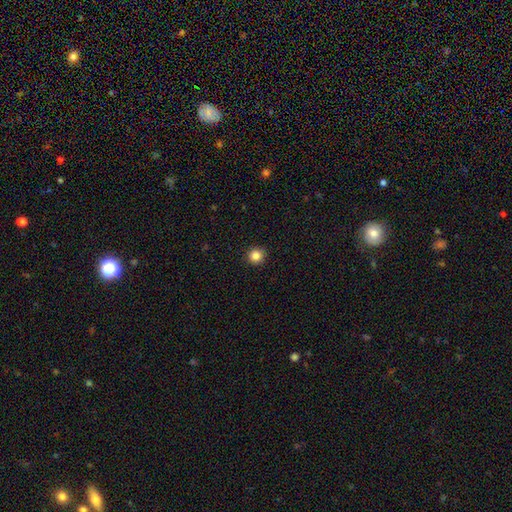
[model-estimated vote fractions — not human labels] A smooth galaxy with no disk features (85%) that is round (95%). Merging: none (93%).